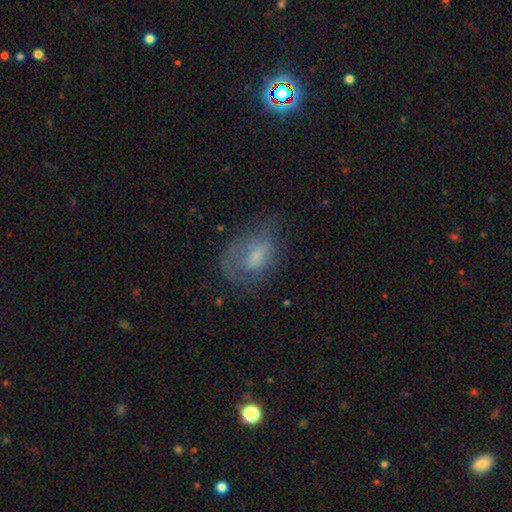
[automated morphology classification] This is possibly a featured or disk galaxy (50%). It is clearly not viewed edge-on (96%). Merging: possibly none (48%).